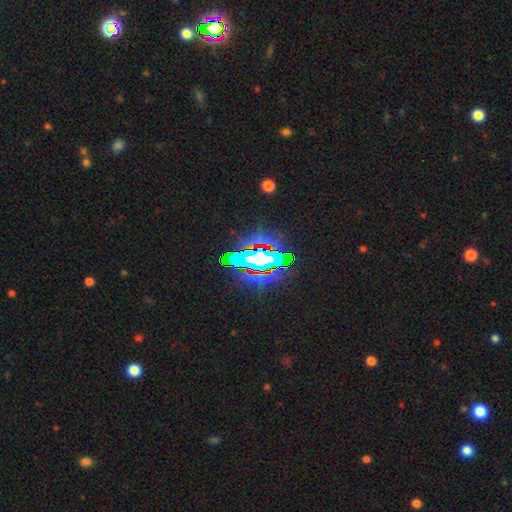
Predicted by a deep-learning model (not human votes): smooth-or-featured: star or artifact: 65% | featured or disk: 20% | smooth: 15%